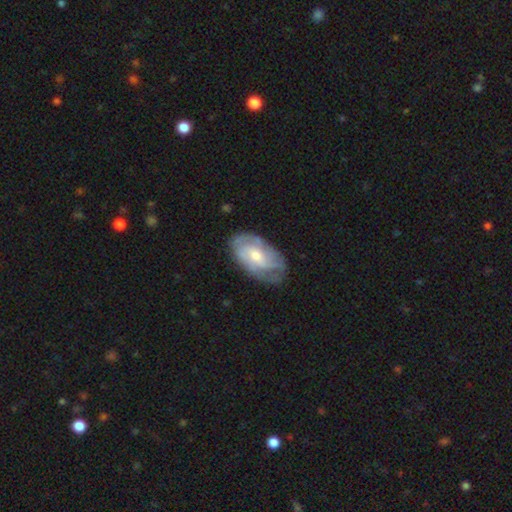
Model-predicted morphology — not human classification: featured or disk 75%, smooth 20%, star or artifact 5%. Down the decision tree: edge-on disk — no (95%); bar — no (55%); spiral arms — yes (90%); spiral arm count — can't tell (32%); spiral winding — tight (47%); bulge size — small (48%, tied with moderate); merging — none (70%).